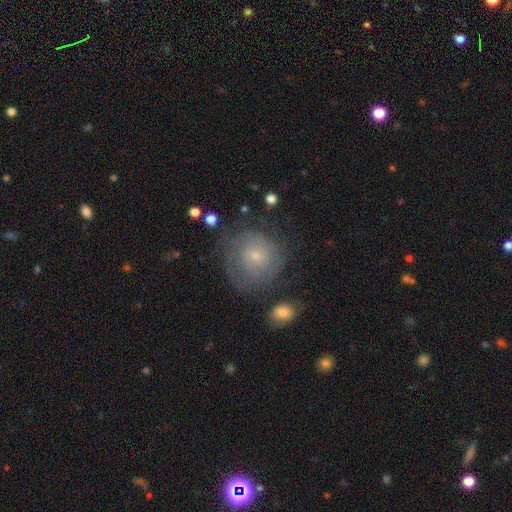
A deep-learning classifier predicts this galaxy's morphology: This is marginally a featured or disk galaxy (45%, tied with smooth). Merging: possibly none (58%).